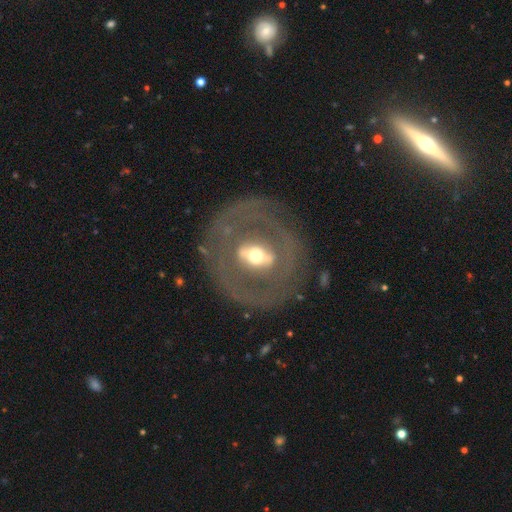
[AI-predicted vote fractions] Morphology: type=featured or disk (72%); edge-on=no (90%); bar=strong (48%); spiral arms=no (68%); bulge=moderate (61%); merging=none (75%).